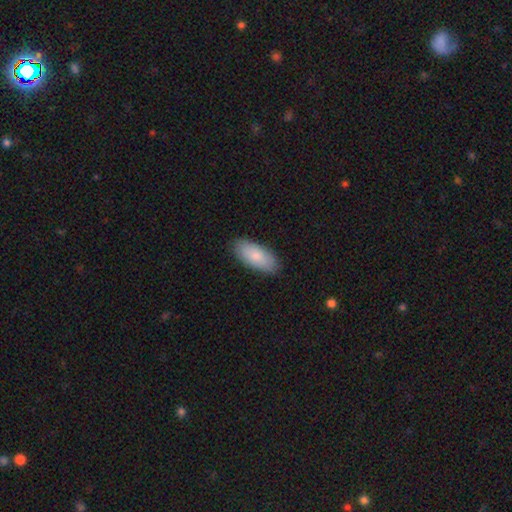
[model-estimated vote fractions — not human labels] Smooth or featured? smooth (83%)
How rounded? in between (90%)
Merging? none (87%)